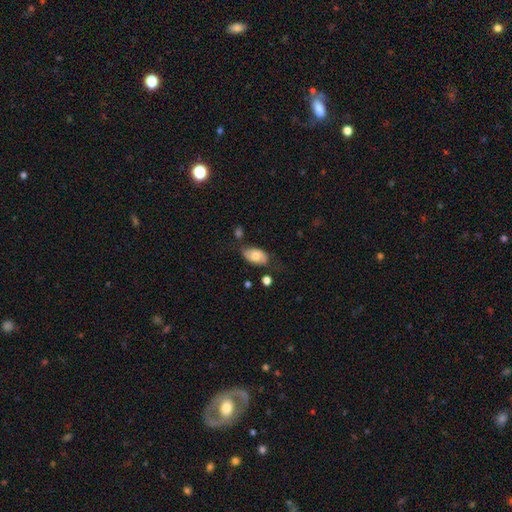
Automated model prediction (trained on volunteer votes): smooth_or_featured: smooth (p=0.66) [alt: featured or disk p=0.28]
how_rounded: in between (p=0.93) [alt: round p=0.05]
merging: none (p=0.62) [alt: minor disturbance p=0.25]